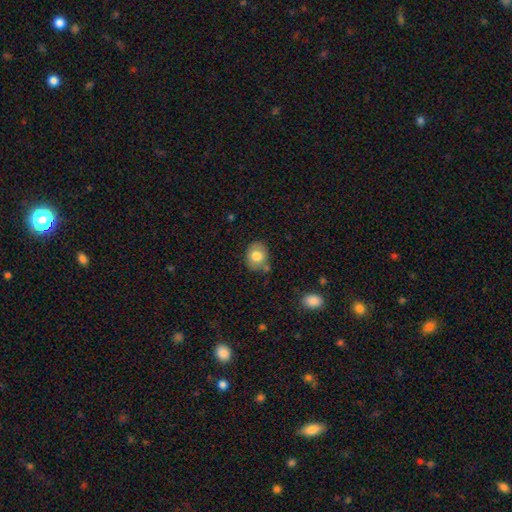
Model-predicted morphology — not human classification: type=smooth (77%); roundness=round (58%); merging=none (74%).